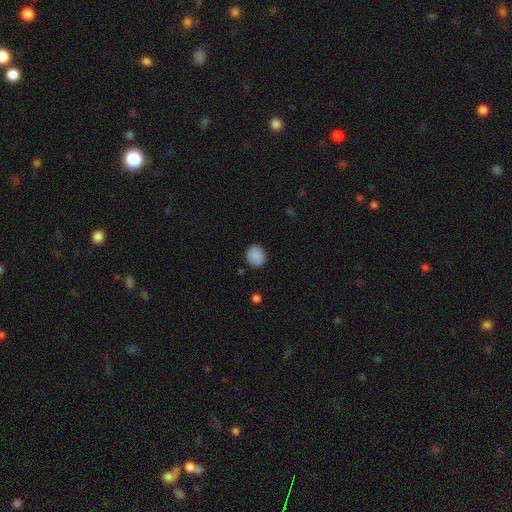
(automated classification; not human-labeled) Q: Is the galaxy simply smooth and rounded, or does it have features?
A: smooth — 88%.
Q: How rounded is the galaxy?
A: round — 82%.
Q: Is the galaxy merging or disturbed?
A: none — 88%.